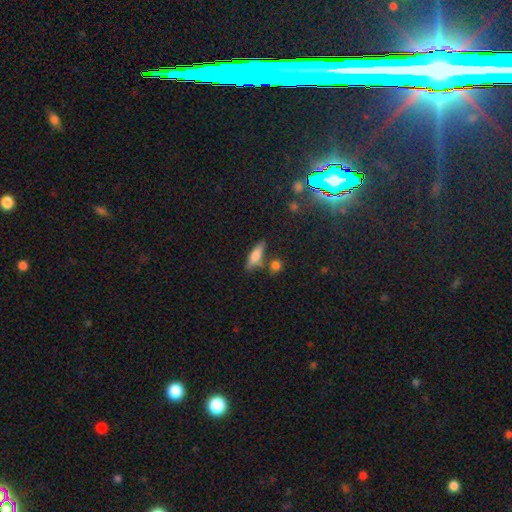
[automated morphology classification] Overall: smooth (74%). How rounded: cigar-shaped (52%; in between 45%). Merging: none (69%).